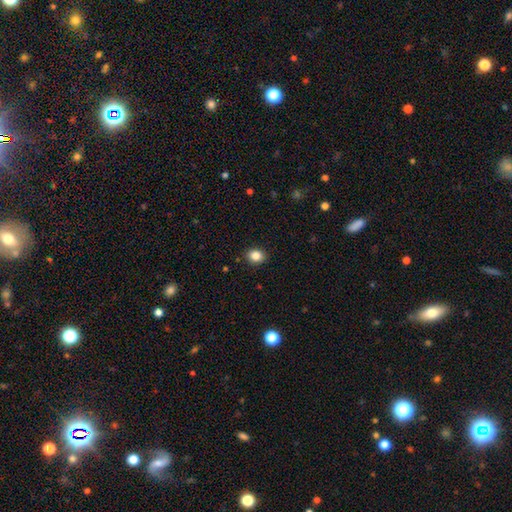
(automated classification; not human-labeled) A smooth galaxy with no disk features (85%) that is round (56%). Merging: none (89%).